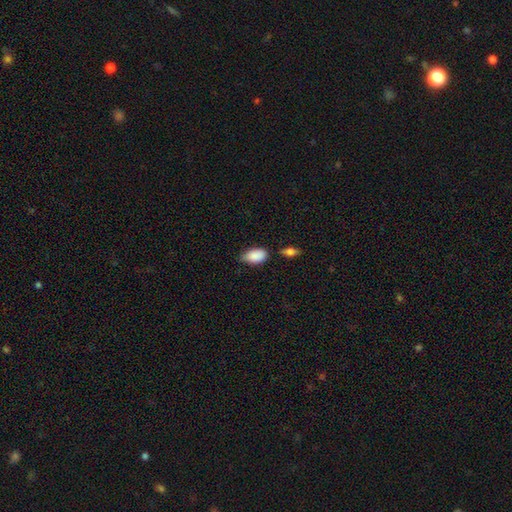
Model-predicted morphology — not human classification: Smooth or featured?
  - smooth: 89% *
  - star or artifact: 7%
  - featured or disk: 5%
How rounded?
  - in between: 93% *
  - round: 4%
  - cigar-shaped: 2%
Merging?
  - none: 64% *
  - minor disturbance: 26%
  - merger: 6%
  - major disturbance: 4%